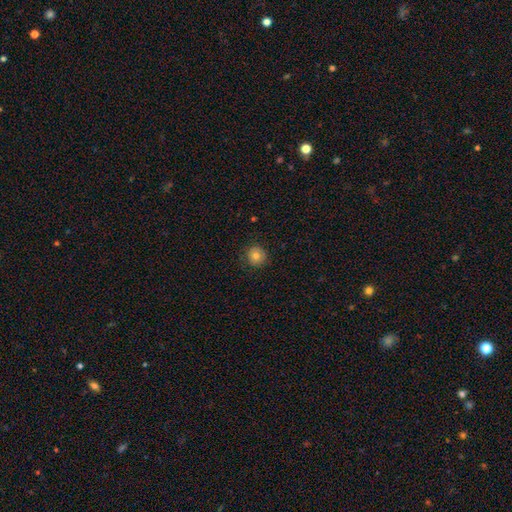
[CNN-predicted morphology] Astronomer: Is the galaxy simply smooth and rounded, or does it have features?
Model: smooth — 79%.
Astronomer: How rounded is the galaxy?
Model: round — 92%.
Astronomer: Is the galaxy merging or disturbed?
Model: none — 86%.